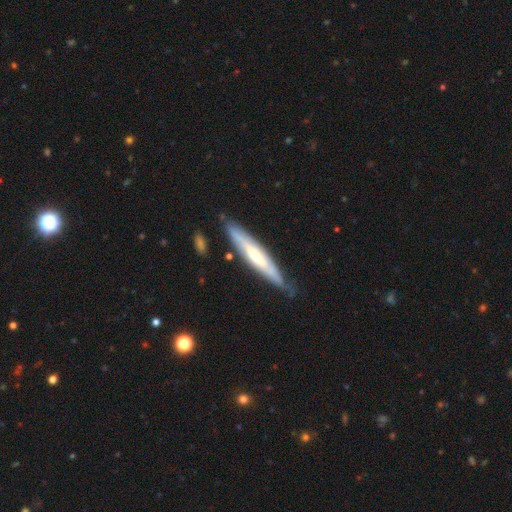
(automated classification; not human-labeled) A featured or disk galaxy (62%) viewed edge-on (87%) with a rounded central bulge (69%).

Vote fractions:
- Smooth or featured? featured or disk: 62% / smooth: 32% / star or artifact: 6%
- Edge-on disk? yes: 87% / no: 13%
- Edge-on bulge? rounded: 69% / none: 24% / boxy: 7%
- Merging? none: 81% / minor disturbance: 14% / major disturbance: 3% / merger: 2%